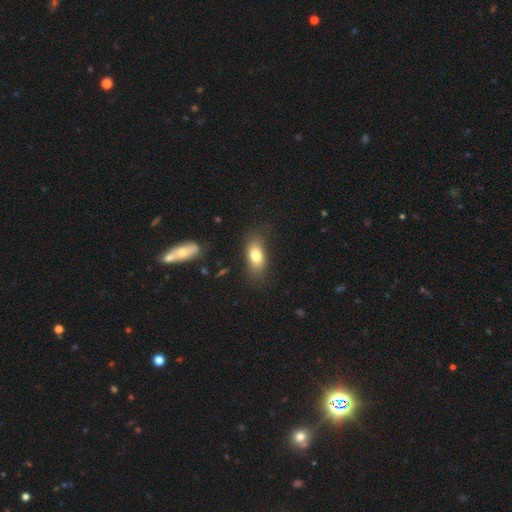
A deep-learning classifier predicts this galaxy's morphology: A smooth galaxy with no disk features (77%) that is in between round and cigar-shaped (84%).

Vote fractions:
- Smooth or featured? smooth: 77% / featured or disk: 15% / star or artifact: 9%
- How rounded? in between: 84% / cigar-shaped: 8% / round: 7%
- Merging? none: 77% / minor disturbance: 16% / major disturbance: 5% / merger: 2%